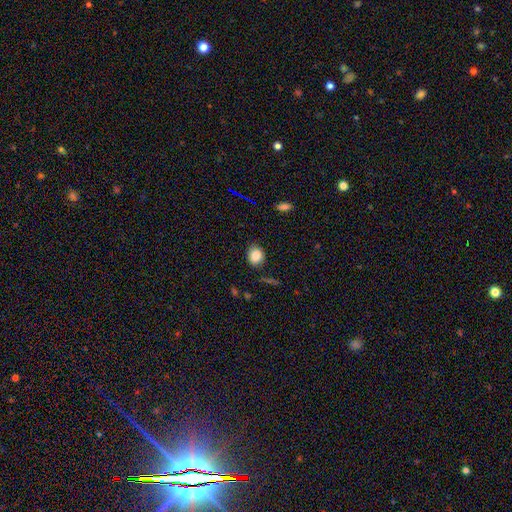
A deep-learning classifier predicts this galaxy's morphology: Overall: smooth (85%). How rounded: round (59%; in between 40%). Merging: none (84%).